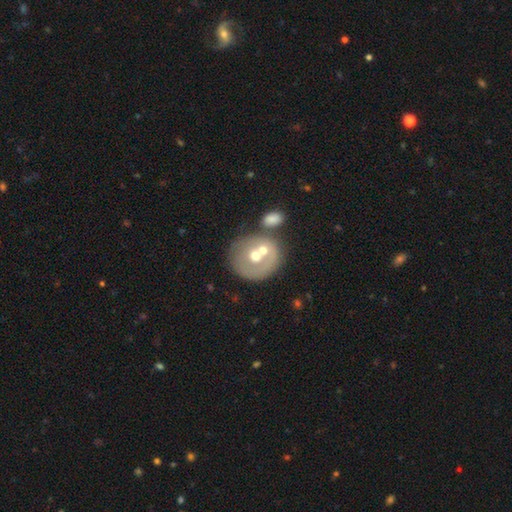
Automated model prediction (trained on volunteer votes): Smooth or featured? featured or disk (46%, tied with smooth)
Merging? merger (42%)